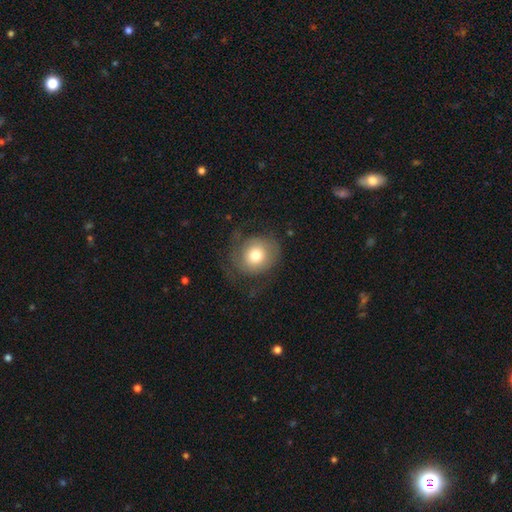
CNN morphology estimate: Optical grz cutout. It shows a smooth galaxy with no disk features (61%) that is round (80%). Merging: none (59%).